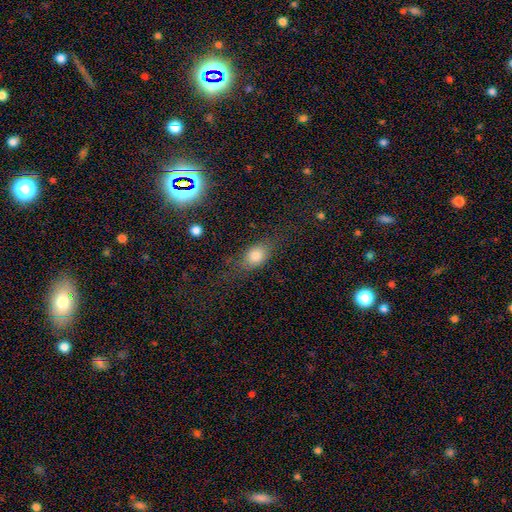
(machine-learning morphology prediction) This is likely a smooth galaxy (76%). How rounded: likely in between (70%). Merging: likely none (65%).